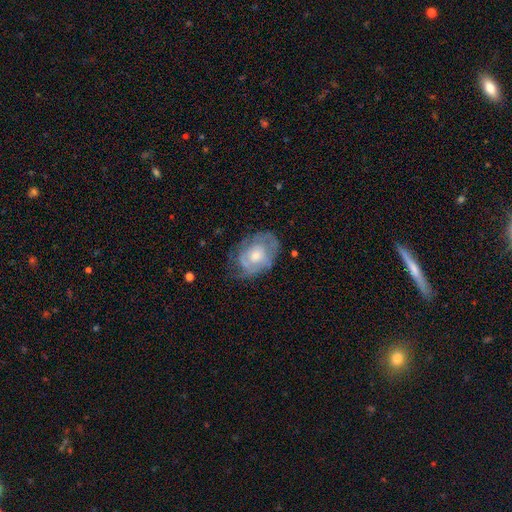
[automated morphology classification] A featured or disk galaxy (62%) with no bar (82%), spiral arms (63%) and a moderate central bulge (56%). Merging: none (57%).